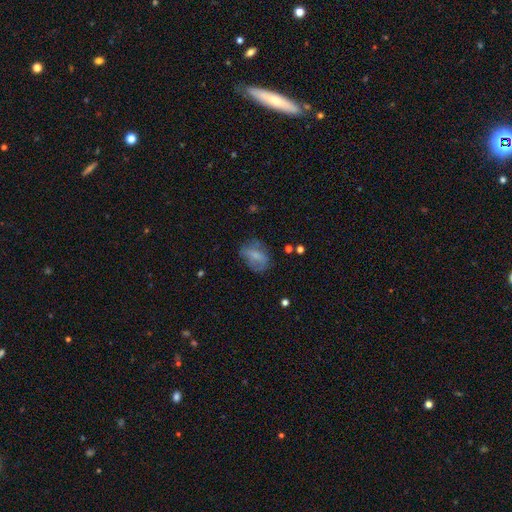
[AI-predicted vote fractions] This appears to be a smooth galaxy with no disk features (59%) that is in between round and cigar-shaped (76%). Merging: none (52%).